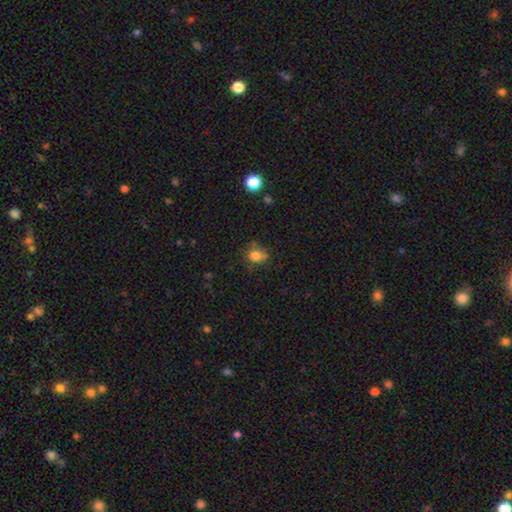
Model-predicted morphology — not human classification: Smooth or featured?
  - smooth: 78% *
  - star or artifact: 12%
  - featured or disk: 10%
How rounded?
  - round: 53% *
  - in between: 46%
  - cigar-shaped: 1%
Merging?
  - none: 55% *
  - minor disturbance: 28%
  - major disturbance: 12%
  - merger: 4%